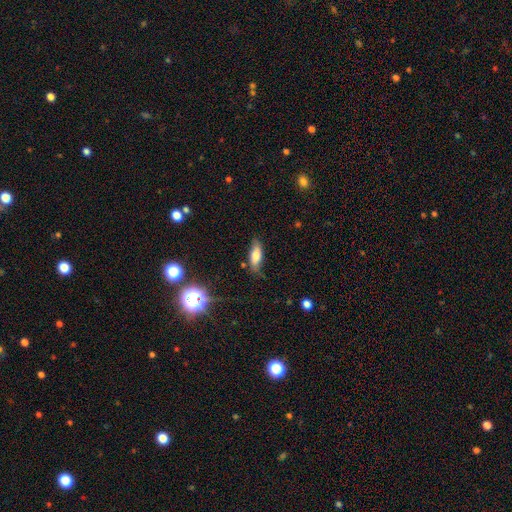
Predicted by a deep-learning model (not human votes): Smooth or featured? smooth (70%)
How rounded? in between (68%)
Merging? none (71%)